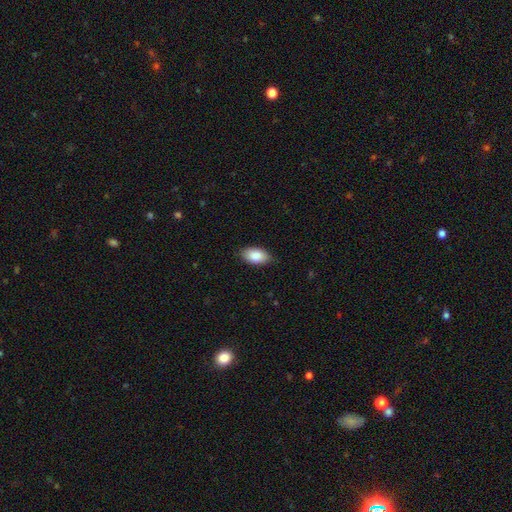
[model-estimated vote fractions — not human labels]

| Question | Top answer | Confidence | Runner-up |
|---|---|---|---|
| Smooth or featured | smooth | 88% | star or artifact (6%) |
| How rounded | in between | 94% | round (4%) |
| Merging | none | 83% | minor disturbance (14%) |